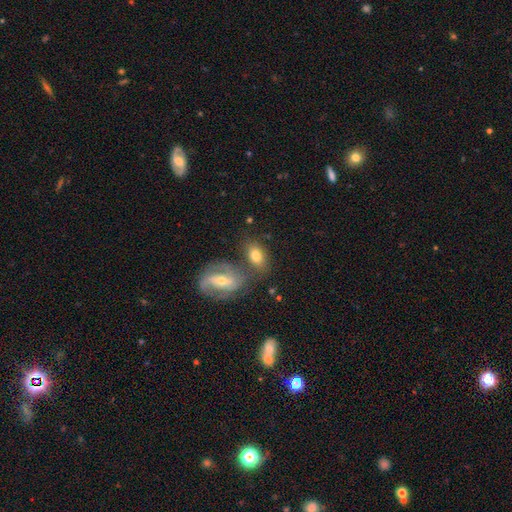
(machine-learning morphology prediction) A smooth galaxy with no disk features (60%) that is in between round and cigar-shaped (86%). Merging: none (58%).